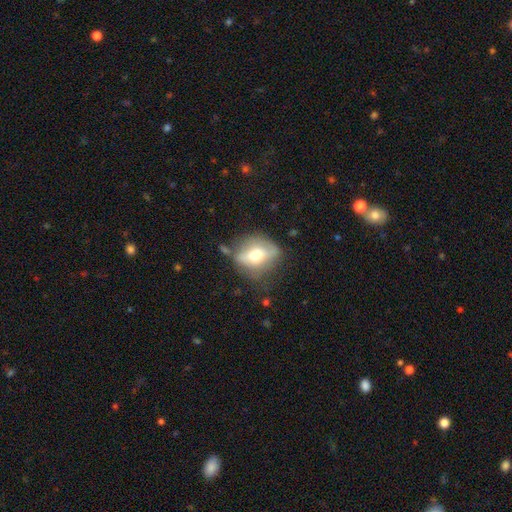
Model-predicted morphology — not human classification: featured or disk 47%, smooth 44%, star or artifact 8%. Down the decision tree: merging — none (63%).